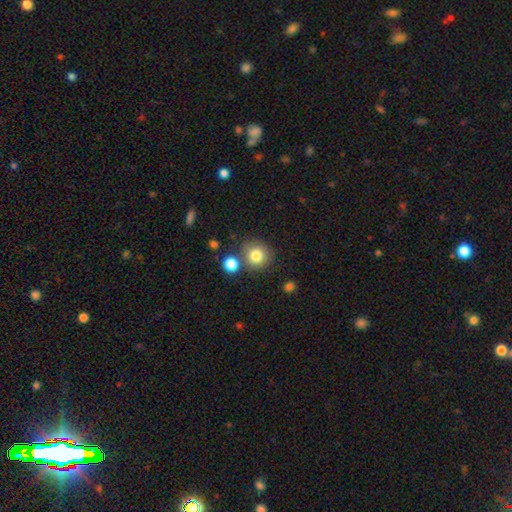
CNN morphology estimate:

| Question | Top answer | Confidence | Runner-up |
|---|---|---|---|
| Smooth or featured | smooth | 81% | star or artifact (11%) |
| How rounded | round | 91% | in between (8%) |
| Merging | none | 74% | merger (12%) |